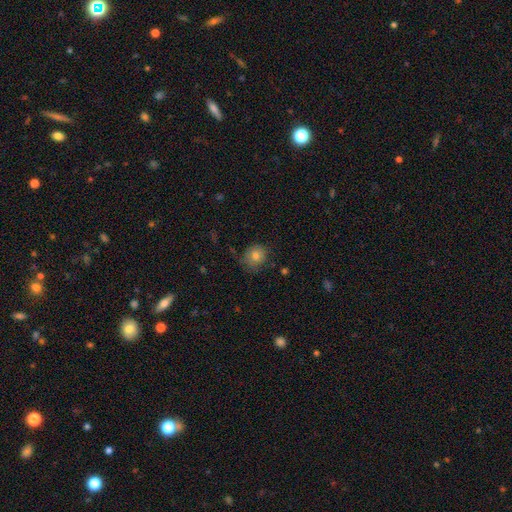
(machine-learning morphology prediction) Smooth or featured: smooth — 78% (featured or disk — 11%)
How rounded: round — 81% (in between — 19%)
Merging: none — 72% (minor disturbance — 21%)